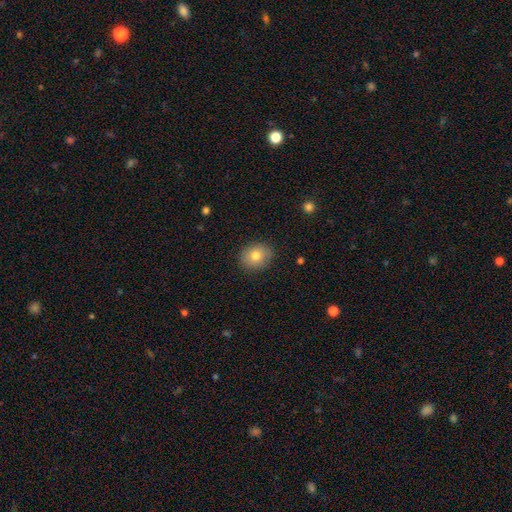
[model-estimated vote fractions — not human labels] This appears to be a smooth galaxy with no disk features (77%) that is round (57%). Merging: none (87%).